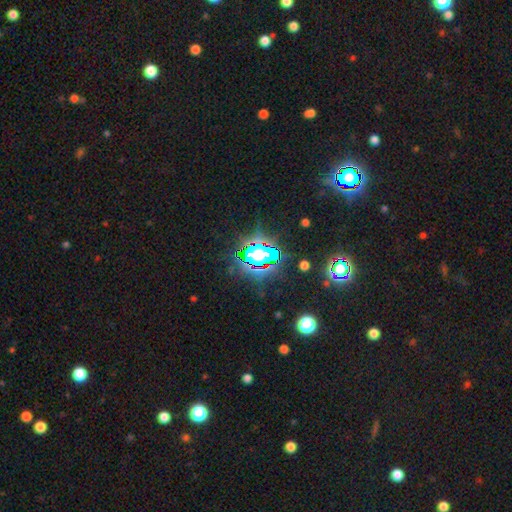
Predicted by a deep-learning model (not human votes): Q: Smooth or featured?
A: star or artifact (65%); runner-up: smooth (22%)